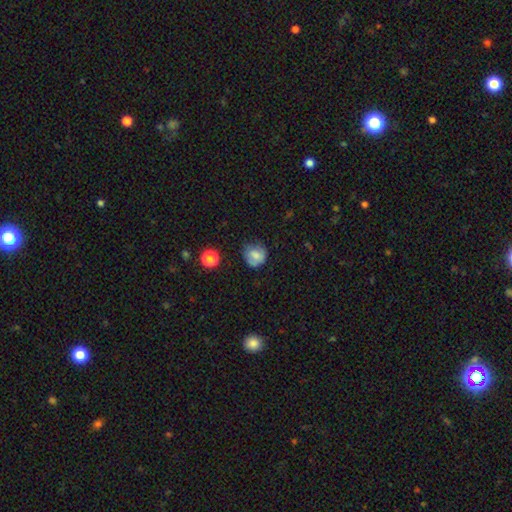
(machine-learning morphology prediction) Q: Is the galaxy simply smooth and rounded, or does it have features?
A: smooth — 75%.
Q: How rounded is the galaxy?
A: round — 80%.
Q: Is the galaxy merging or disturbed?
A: none — 62%.